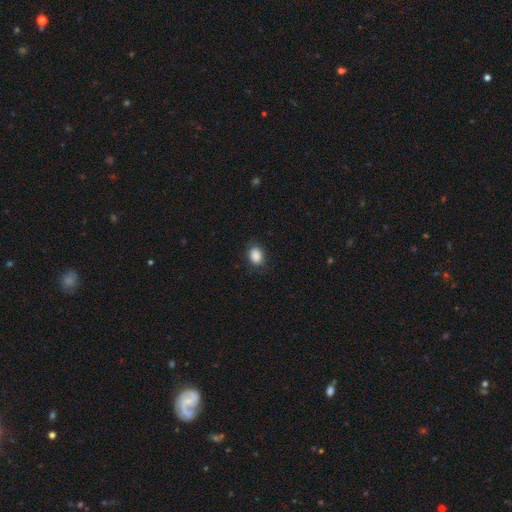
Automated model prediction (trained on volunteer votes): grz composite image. It shows a smooth galaxy with no disk features (88%) that is in between round and cigar-shaped (68%). Merging: none (81%).